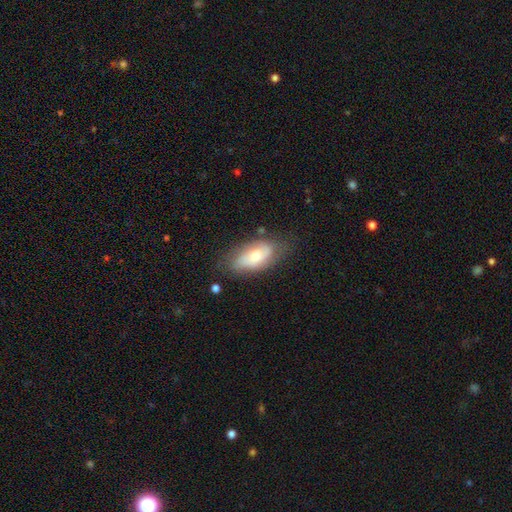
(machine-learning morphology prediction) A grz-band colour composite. It shows a smooth galaxy with no disk features (56%) that is in between round and cigar-shaped (89%). Merging: none (64%).